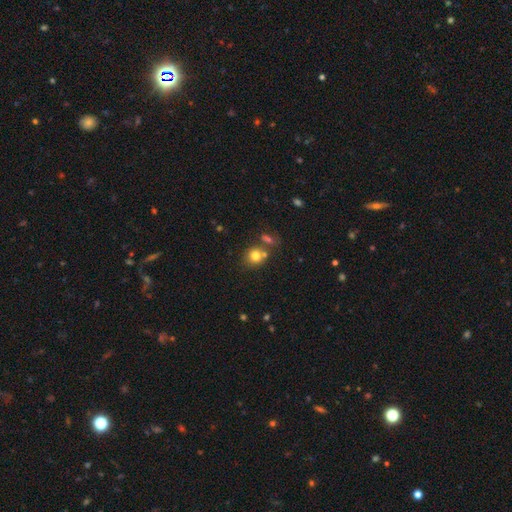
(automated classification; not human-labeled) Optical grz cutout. It shows a smooth galaxy with no disk features (78%) that is round (77%). Merging: none (57%).